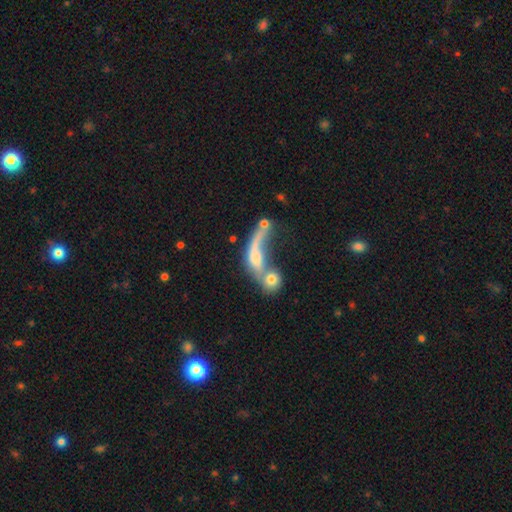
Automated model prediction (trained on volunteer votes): This appears to be a featured or disk galaxy (46%). Merging: merger (60%).